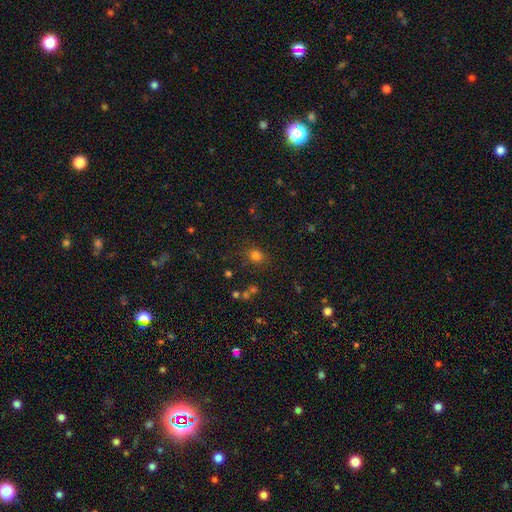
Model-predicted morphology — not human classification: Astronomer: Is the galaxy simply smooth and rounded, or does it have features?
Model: smooth — 77%.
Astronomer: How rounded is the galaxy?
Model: round — 65%.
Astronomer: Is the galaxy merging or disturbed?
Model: none — 79%.